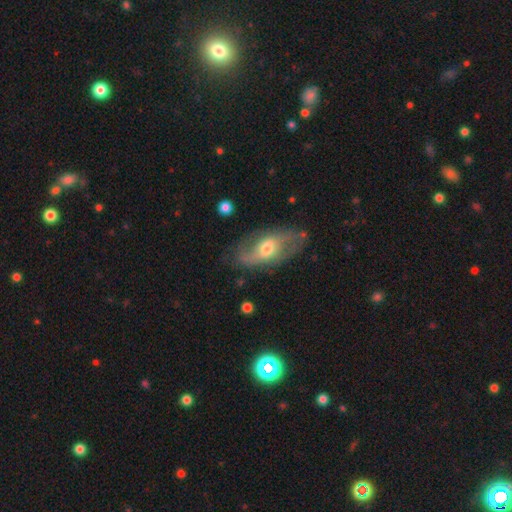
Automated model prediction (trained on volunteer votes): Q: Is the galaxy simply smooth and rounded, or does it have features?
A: featured or disk — 72%.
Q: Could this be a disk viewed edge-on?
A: no — 89%.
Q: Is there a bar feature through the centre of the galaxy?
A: no — 48%.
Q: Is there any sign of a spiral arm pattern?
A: yes — 83%.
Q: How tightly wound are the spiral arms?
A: medium — 39%, tied with loose.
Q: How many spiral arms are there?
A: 2 — 75%.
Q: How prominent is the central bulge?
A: moderate — 67%.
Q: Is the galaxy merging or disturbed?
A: none — 75%.